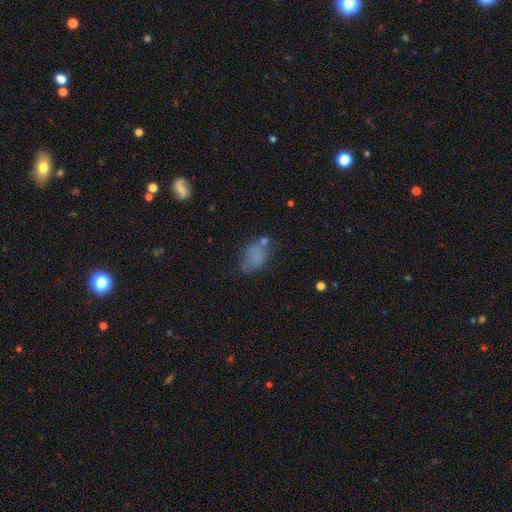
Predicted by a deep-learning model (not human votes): smooth 70%, featured or disk 17%, star or artifact 13%. Down the decision tree: how rounded — in between (84%); merging — none (44%).